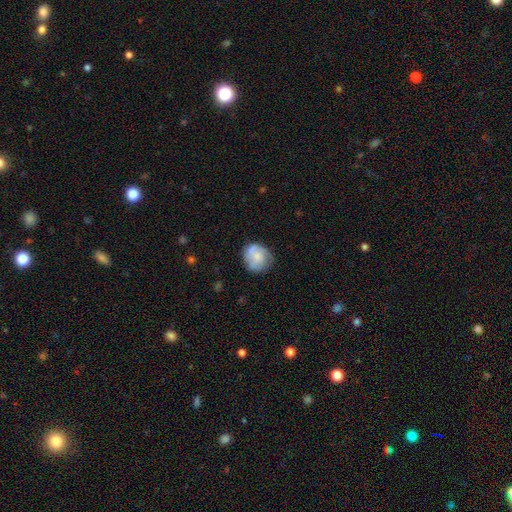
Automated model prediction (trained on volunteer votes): A smooth galaxy with no disk features (55%) that is round (79%).

Vote fractions:
- Smooth or featured? smooth: 55% / featured or disk: 38% / star or artifact: 7%
- How rounded? round: 79% / in between: 20% / cigar-shaped: 1%
- Merging? none: 65% / minor disturbance: 23% / major disturbance: 8% / merger: 4%